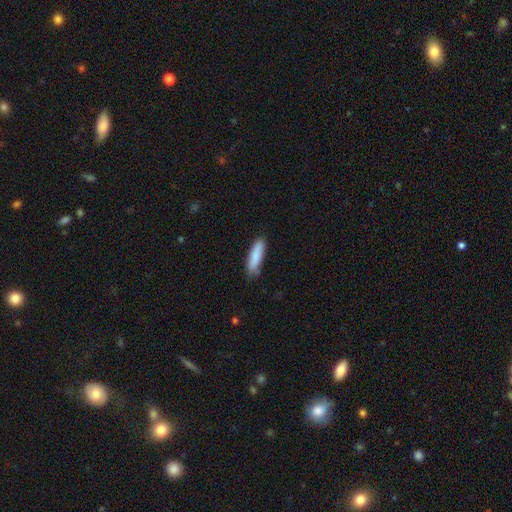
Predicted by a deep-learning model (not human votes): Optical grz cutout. It shows a smooth galaxy with no disk features (85%) that is cigar-shaped (61%). Merging: none (81%).